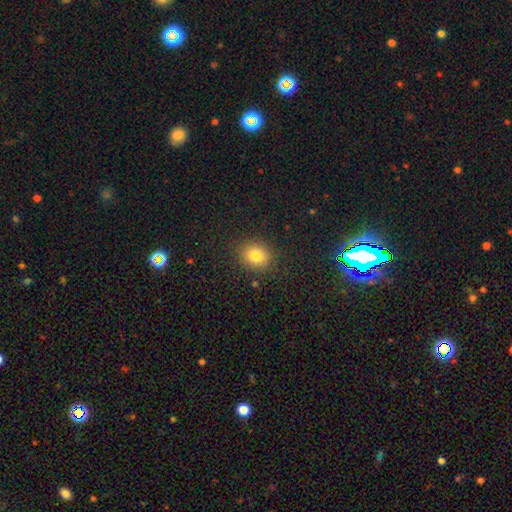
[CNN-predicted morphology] Smooth or featured: smooth — 81% (star or artifact — 12%)
How rounded: round — 67% (in between — 32%)
Merging: none — 87% (minor disturbance — 9%)